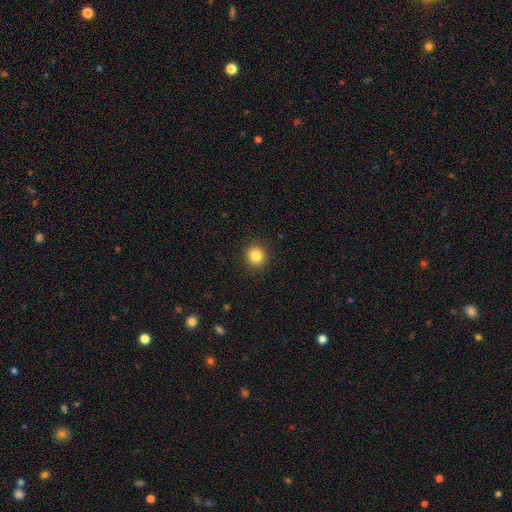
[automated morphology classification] smooth 84%, star or artifact 11%, featured or disk 5%. Down the decision tree: how rounded — round (89%); merging — none (92%).